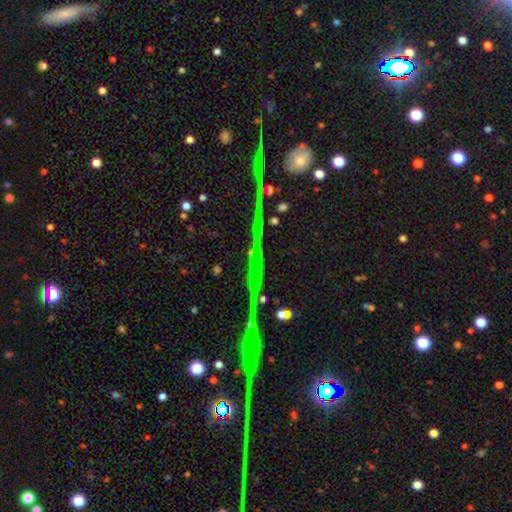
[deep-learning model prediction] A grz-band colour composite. It shows a star or artifact, not a galaxy (66%).